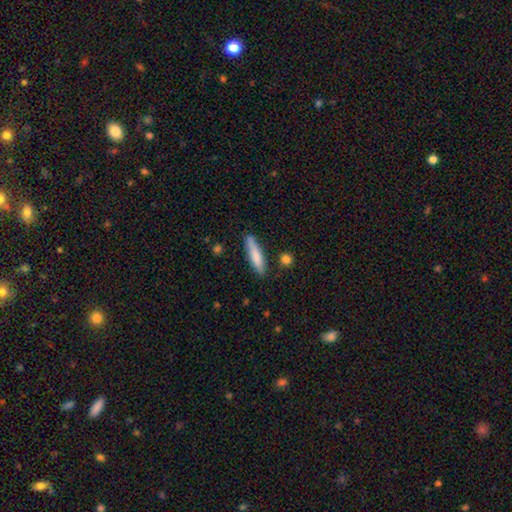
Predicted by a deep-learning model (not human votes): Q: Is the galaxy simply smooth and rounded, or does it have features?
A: smooth — 78%.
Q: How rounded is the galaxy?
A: cigar-shaped — 84%.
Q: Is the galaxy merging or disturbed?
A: none — 81%.